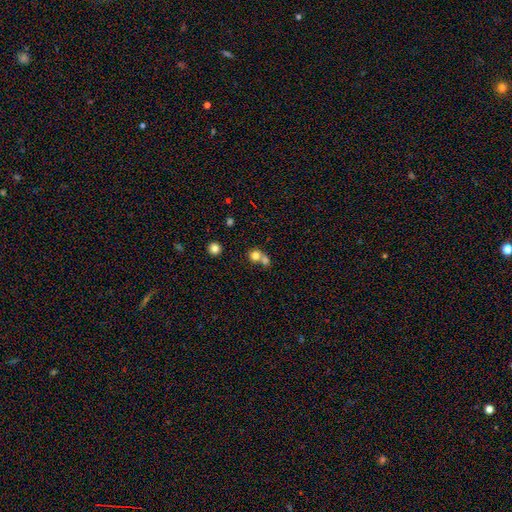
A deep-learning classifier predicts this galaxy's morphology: The model was most divided on "merging": merger: 55%, none: 36%, minor disturbance: 6%, major disturbance: 3%. More confident: how rounded — round (82%); smooth or featured — smooth (76%).